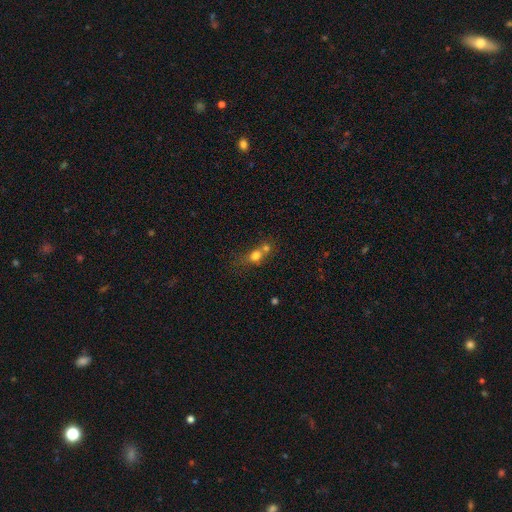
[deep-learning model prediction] The model was most divided on "merging": merger: 54%, none: 32%, minor disturbance: 9%, major disturbance: 5%. More confident: smooth or featured — smooth (72%); how rounded — round (65%).